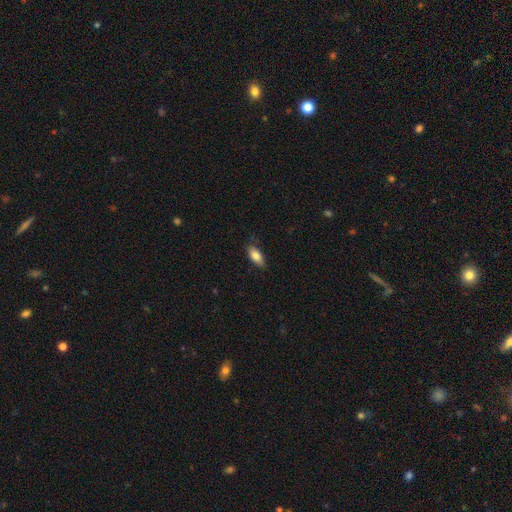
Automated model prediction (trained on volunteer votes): The model was most divided on "merging": none: 80%, minor disturbance: 16%, major disturbance: 3%, merger: 1%. More confident: how rounded — in between (83%); smooth or featured — smooth (81%).